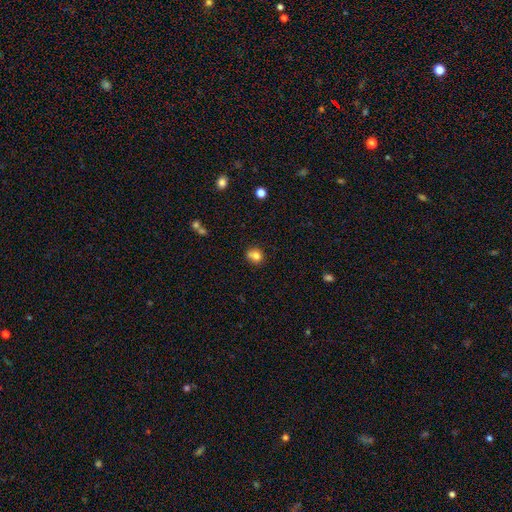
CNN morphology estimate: Smooth or featured: smooth — 77% (star or artifact — 12%)
How rounded: round — 75% (in between — 24%)
Merging: none — 59% (minor disturbance — 19%)